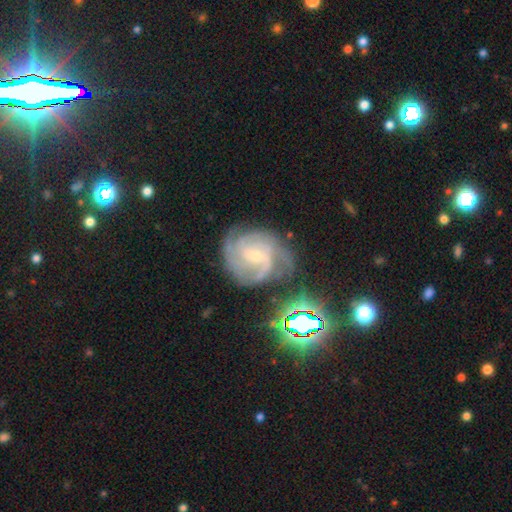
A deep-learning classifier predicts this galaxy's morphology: Smooth or featured? featured or disk (86%)
Edge-on disk? no (98%)
Bar? weak (48%)
Spiral arms? yes (98%)
Spiral winding? tight (52%)
Spiral arm count? 3 (37%)
Bulge size? small (71%)
Merging? none (64%)